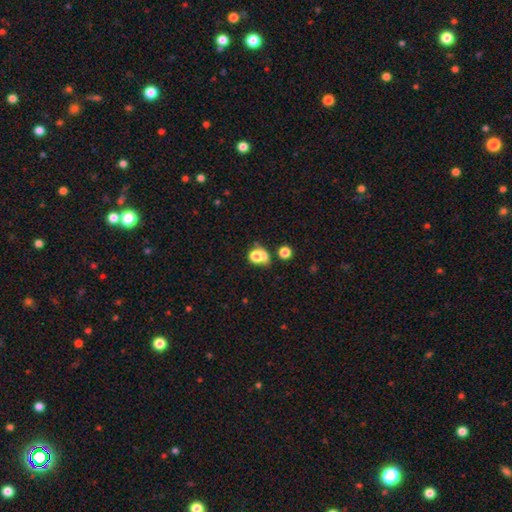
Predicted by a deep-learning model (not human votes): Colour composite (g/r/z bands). It shows a smooth galaxy with no disk features (69%) that is round (59%). Merging: merger (38%).